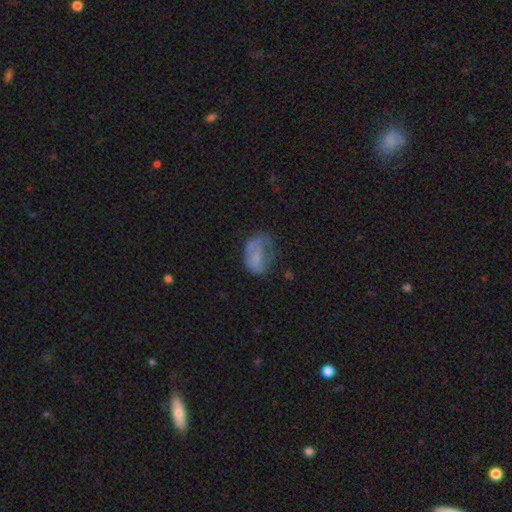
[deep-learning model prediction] The model was most divided on "merging" (2-way tie): none: 33%, major disturbance: 33%, minor disturbance: 29%, merger: 5%. More confident: how rounded — in between (79%); smooth or featured — smooth (51%).